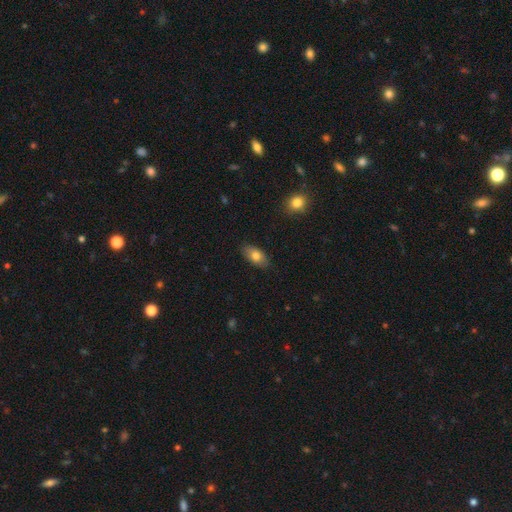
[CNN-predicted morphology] This is likely a smooth galaxy (78%). How rounded: clearly in between (92%). Merging: clearly none (85%).